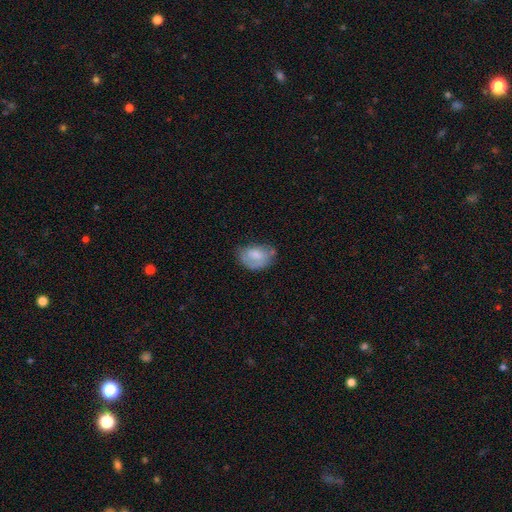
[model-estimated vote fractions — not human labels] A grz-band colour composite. It shows a smooth galaxy with no disk features (64%) that is in between round and cigar-shaped (82%). Merging: none (52%).